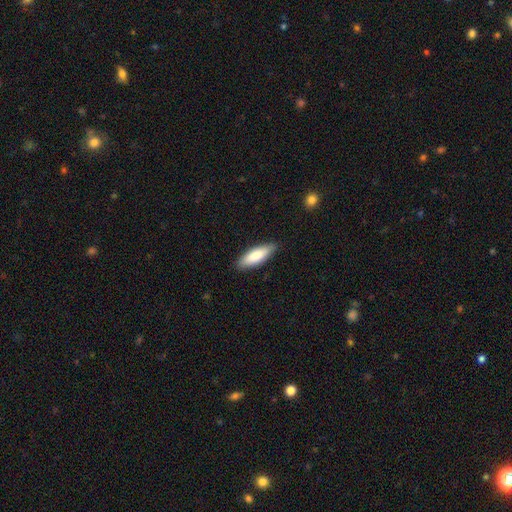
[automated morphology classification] Smooth or featured?
  - smooth: 83% *
  - featured or disk: 12%
  - star or artifact: 5%
How rounded?
  - in between: 56% *
  - cigar-shaped: 43%
  - round: 1%
Merging?
  - none: 86% *
  - minor disturbance: 11%
  - major disturbance: 2%
  - merger: 1%